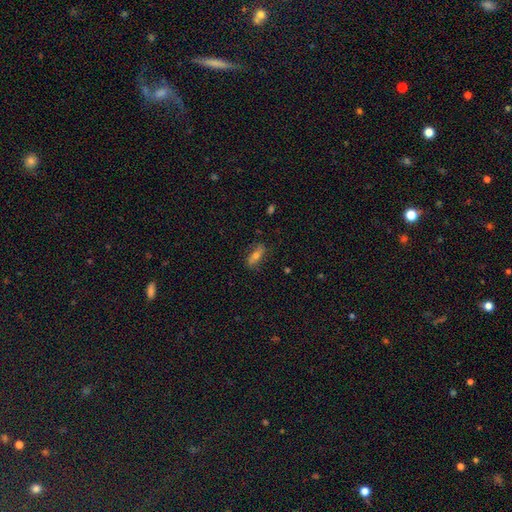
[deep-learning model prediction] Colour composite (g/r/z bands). It shows a smooth galaxy with no disk features (50%). Merging: none (80%).